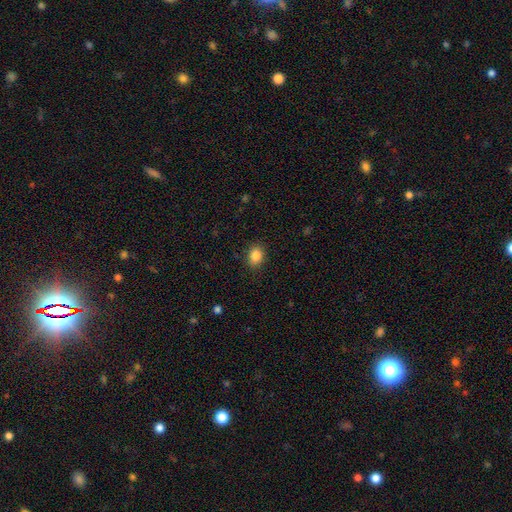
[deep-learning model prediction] Overall: smooth (86%). How rounded: in between (58%; round 41%). Merging: none (87%).